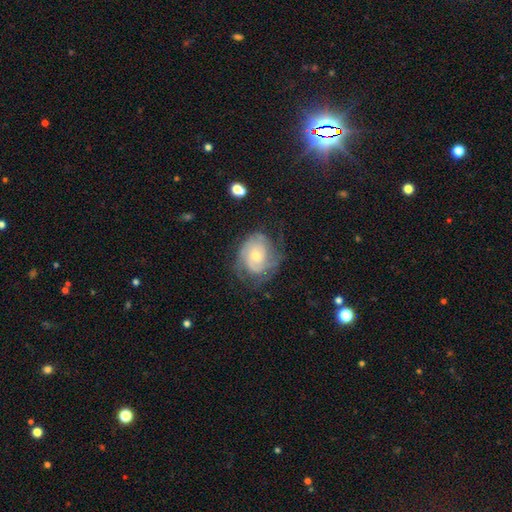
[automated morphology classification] smooth_or_featured: featured or disk (p=0.77) [alt: smooth p=0.17]
disk_edge_on: no (p=0.97) [alt: yes p=0.03]
bar: no (p=0.73) [alt: weak p=0.24]
has_spiral_arms: yes (p=0.92) [alt: no p=0.08]
spiral_winding: tight (p=0.56) [alt: medium p=0.33]
spiral_arm_count: can't tell (p=0.34) [alt: 2 p=0.33]
bulge_size: small (p=0.56) [alt: moderate p=0.39]
merging: none (p=0.61) [alt: minor disturbance p=0.23]